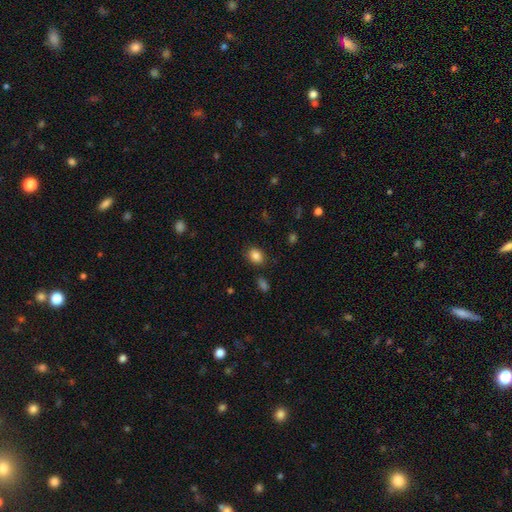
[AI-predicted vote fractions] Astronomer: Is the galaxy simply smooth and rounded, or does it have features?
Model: smooth — 85%.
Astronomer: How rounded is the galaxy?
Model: in between — 58% (runner-up: round, 41%).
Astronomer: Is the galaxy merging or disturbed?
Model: none — 83%.